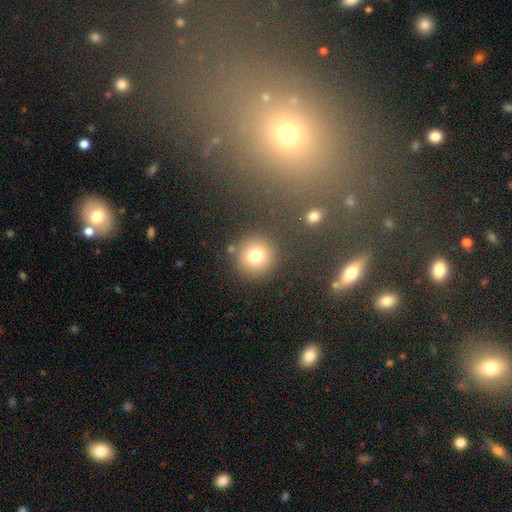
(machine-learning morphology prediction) This appears to be a smooth galaxy with no disk features (76%) that is round (94%). Merging: none (84%).